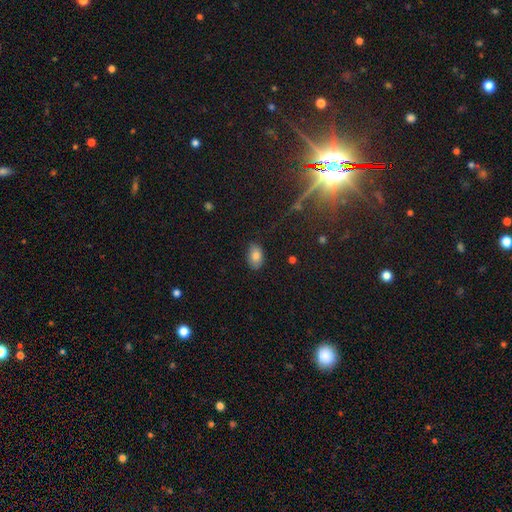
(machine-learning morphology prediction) A smooth galaxy with no disk features (82%) that is in between round and cigar-shaped (89%). Merging: none (84%).